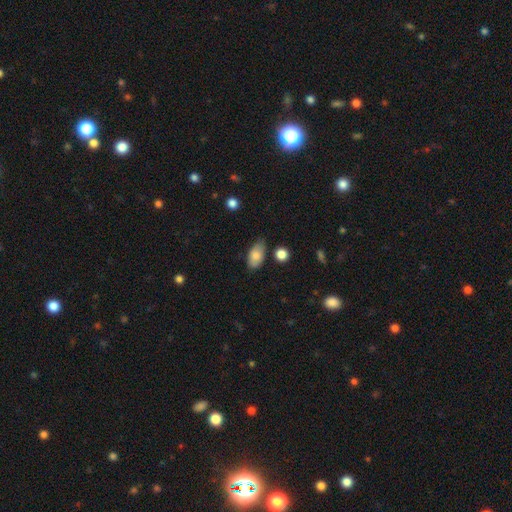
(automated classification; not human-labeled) This appears to be a smooth galaxy with no disk features (81%) that is in between round and cigar-shaped (91%). Merging: none (70%).